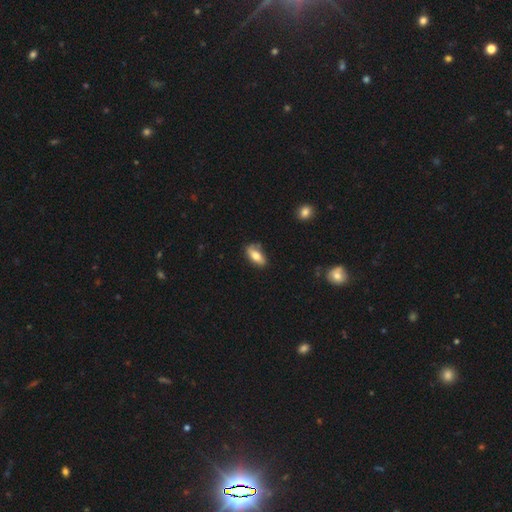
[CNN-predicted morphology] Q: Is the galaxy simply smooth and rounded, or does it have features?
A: smooth — 71%.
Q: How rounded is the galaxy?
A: in between — 81%.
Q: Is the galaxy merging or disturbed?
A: none — 66%.